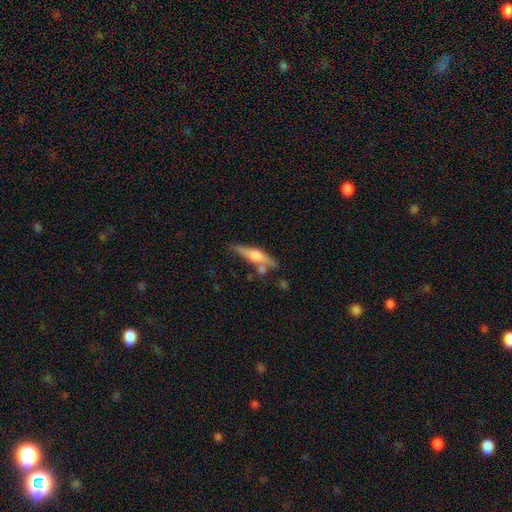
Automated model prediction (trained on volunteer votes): Smooth or featured? featured or disk (62%)
Edge-on disk? yes (95%)
Edge-on bulge? rounded (86%)
Merging? none (71%)